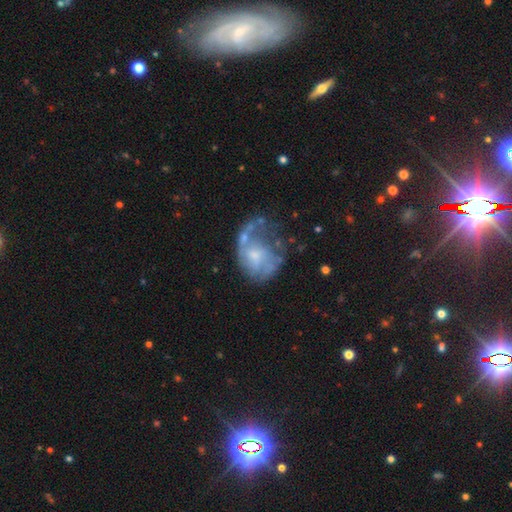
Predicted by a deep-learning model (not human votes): Smooth or featured? Predicted: featured or disk (p=0.67). Edge-on disk? Predicted: no (p=0.98). Bar? Predicted: no (p=0.70). Spiral arms? Predicted: yes (p=0.62). Bulge size? Predicted: small (p=0.46). Merging? Predicted: major disturbance (p=0.37).